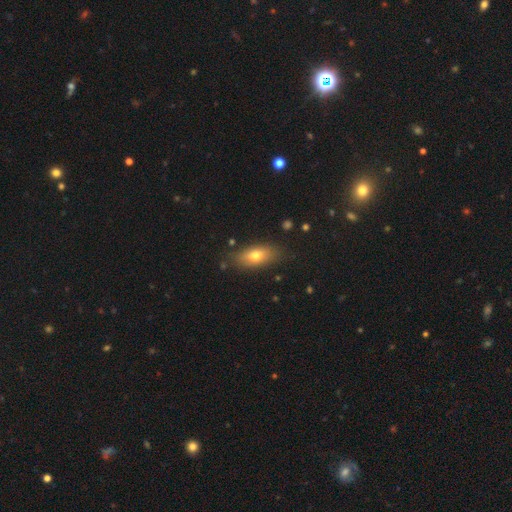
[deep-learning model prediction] Smooth or featured? Predicted: smooth (p=0.71). How rounded? Predicted: in between (p=0.79). Merging? Predicted: none (p=0.80).